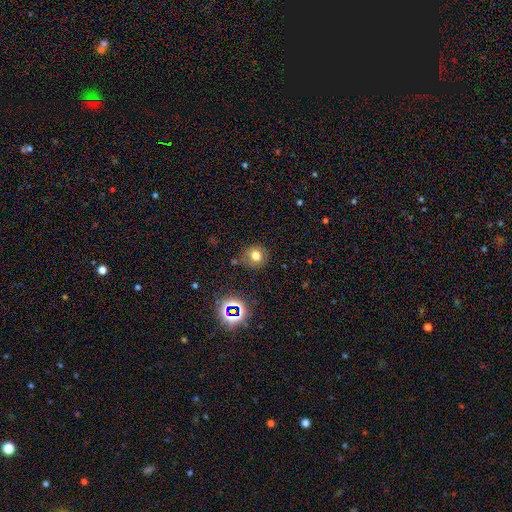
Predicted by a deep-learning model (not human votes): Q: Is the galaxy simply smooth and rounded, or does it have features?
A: smooth — 71%.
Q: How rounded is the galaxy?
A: round — 79%.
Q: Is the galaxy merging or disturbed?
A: none — 77%.